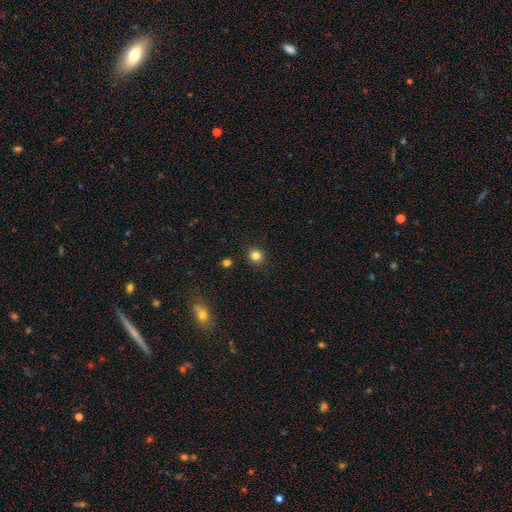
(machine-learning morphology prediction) Smooth or featured?
  - smooth: 82% *
  - star or artifact: 13%
  - featured or disk: 5%
How rounded?
  - round: 88% *
  - in between: 11%
  - cigar-shaped: 1%
Merging?
  - none: 91% *
  - minor disturbance: 6%
  - major disturbance: 2%
  - merger: 1%